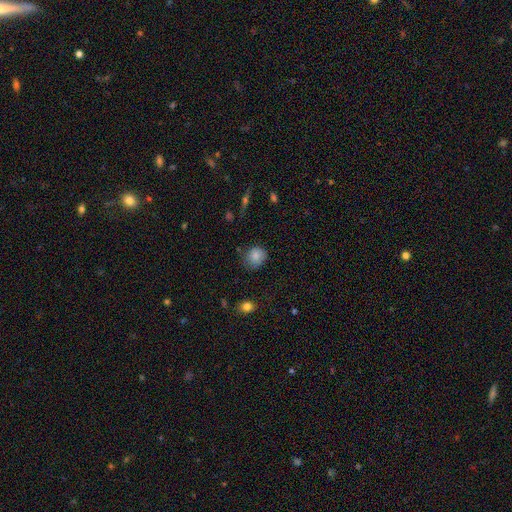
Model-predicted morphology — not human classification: Overall: smooth (84%). How rounded: round (76%). Merging: none (71%).